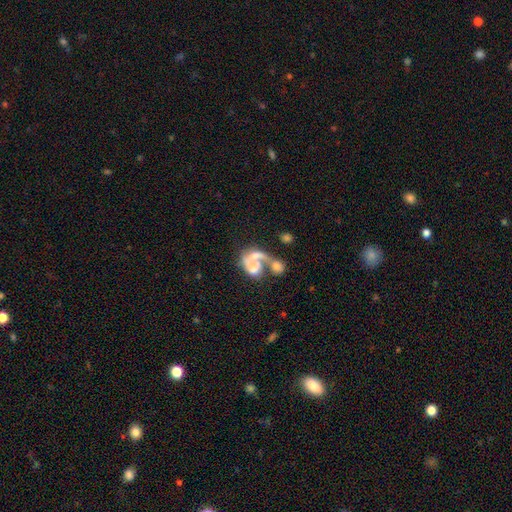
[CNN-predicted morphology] Overall: featured or disk (54%; smooth 36%). Edge-on disk: no (97%). Bar: no (81%). Spiral arms: no (56%; yes 44%). Bulge size: moderate (31%; none 30%). Merging: merger (59%; major disturbance 20%).